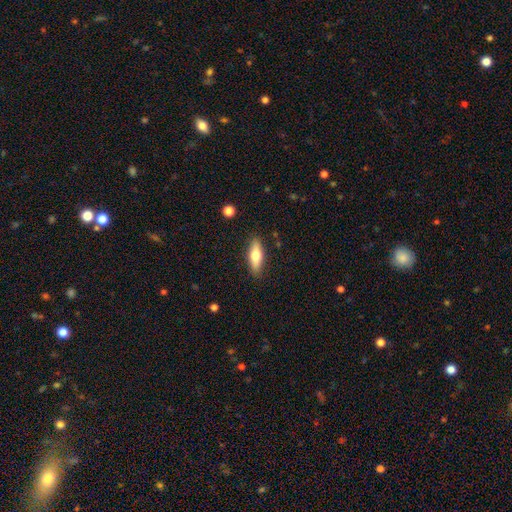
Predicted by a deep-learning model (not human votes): Smooth or featured: smooth — 65% (featured or disk — 29%)
How rounded: in between — 57% (cigar-shaped — 41%)
Merging: none — 87% (minor disturbance — 10%)